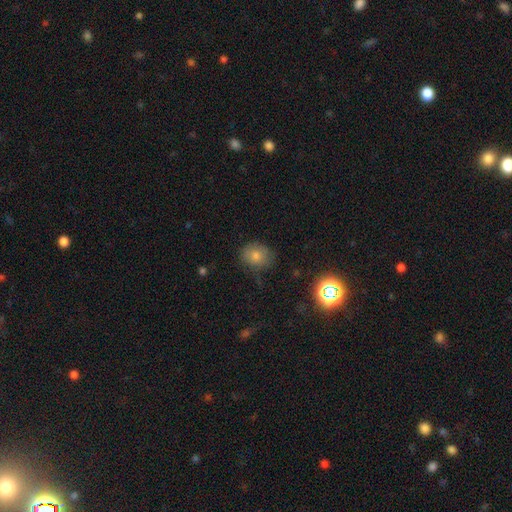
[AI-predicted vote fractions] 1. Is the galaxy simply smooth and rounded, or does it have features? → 70% smooth, 18% star or artifact, 12% featured or disk.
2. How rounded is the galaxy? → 58% round, 41% in between, 1% cigar-shaped.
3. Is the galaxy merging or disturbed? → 77% none, 17% minor disturbance, 4% major disturbance, 2% merger.